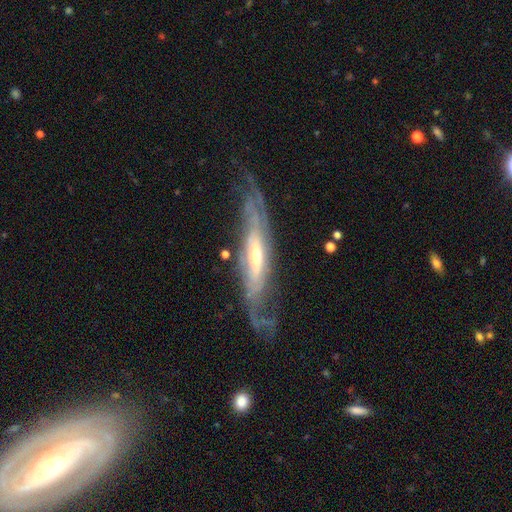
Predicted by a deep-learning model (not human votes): featured or disk 84%, smooth 11%, star or artifact 5%. Down the decision tree: edge-on disk — no (62%); bar — no (51%); spiral arms — yes (85%); bulge size — moderate (55%); merging — none (60%).